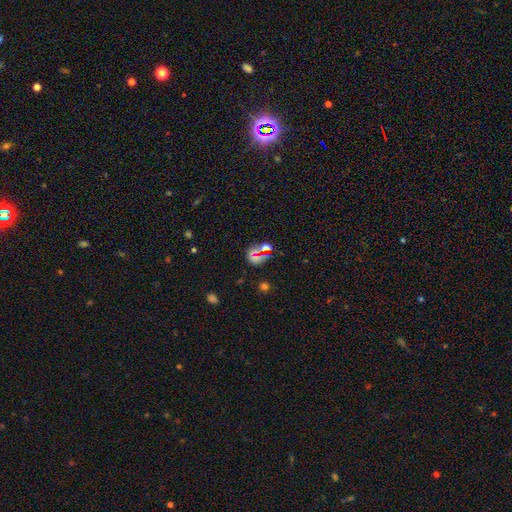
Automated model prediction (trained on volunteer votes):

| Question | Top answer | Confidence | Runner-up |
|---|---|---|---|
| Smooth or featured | smooth | 46% | star or artifact (42%) |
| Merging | none | 63% | minor disturbance (15%) |